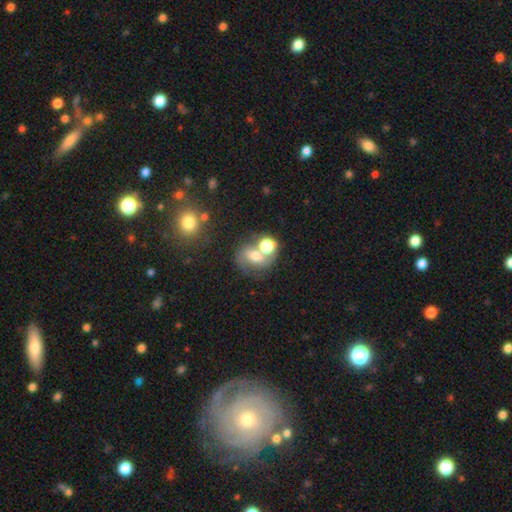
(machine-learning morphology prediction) Q: Smooth or featured?
A: smooth (50%); runner-up: featured or disk (35%)
Q: How rounded?
A: round (57%); runner-up: in between (42%)
Q: Merging?
A: merger (42%); runner-up: none (37%)